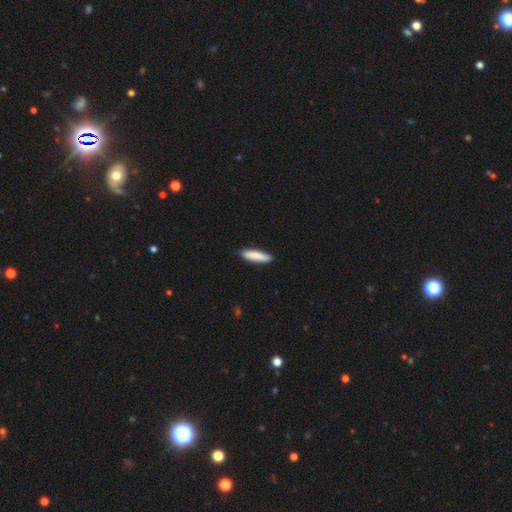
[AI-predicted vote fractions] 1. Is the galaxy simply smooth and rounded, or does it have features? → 87% smooth, 8% featured or disk, 5% star or artifact.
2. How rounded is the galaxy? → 69% cigar-shaped, 30% in between, 1% round.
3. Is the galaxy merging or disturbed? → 86% none, 11% minor disturbance, 2% major disturbance, 1% merger.